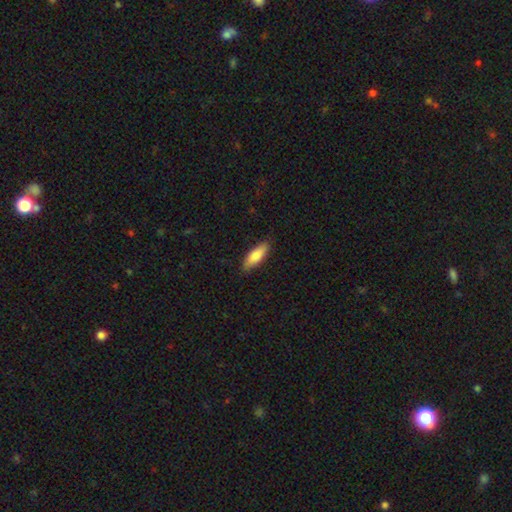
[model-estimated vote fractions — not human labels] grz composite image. It shows a smooth galaxy with no disk features (80%) that is in between round and cigar-shaped (61%). Merging: none (85%).